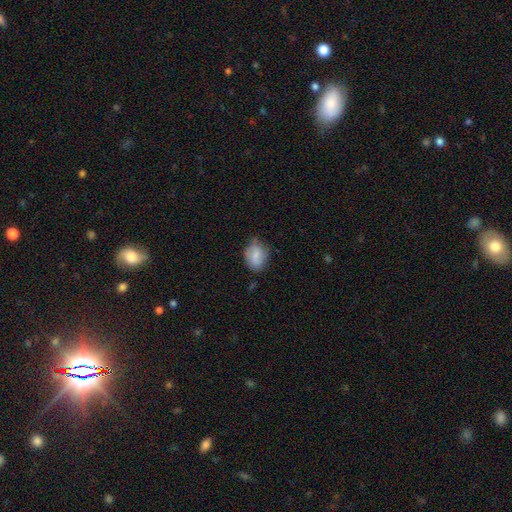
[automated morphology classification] smooth 76%, featured or disk 17%, star or artifact 8%. Down the decision tree: how rounded — in between (67%); merging — none (58%).